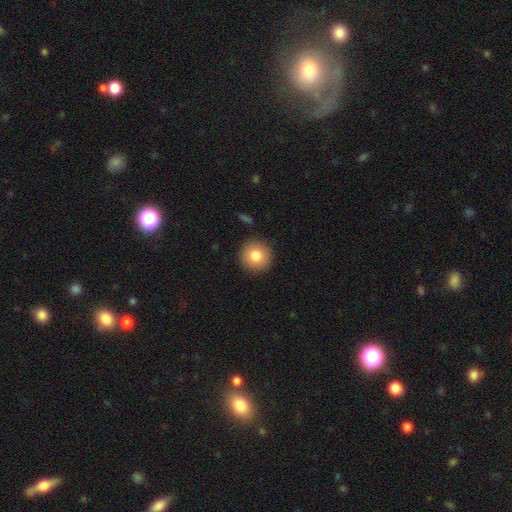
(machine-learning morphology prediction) This appears to be a smooth galaxy with no disk features (81%) that is round (94%). Merging: none (91%).